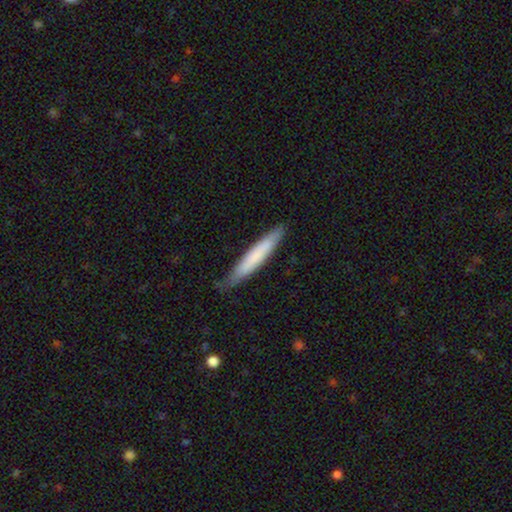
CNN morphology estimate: This appears to be a smooth galaxy with no disk features (71%) that is cigar-shaped (93%). Merging: none (82%).